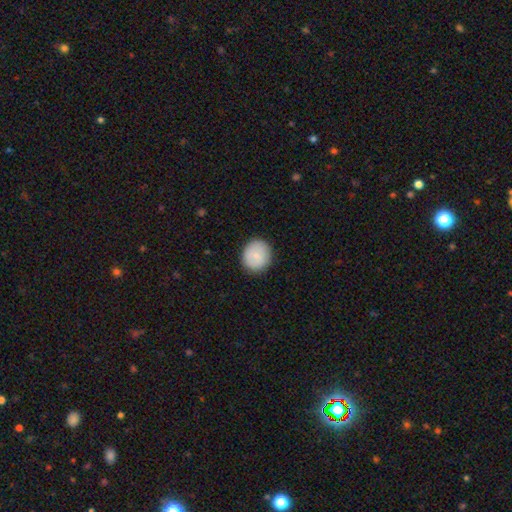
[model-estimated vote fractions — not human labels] Morphology: type=smooth (79%); roundness=round (84%); merging=none (88%).